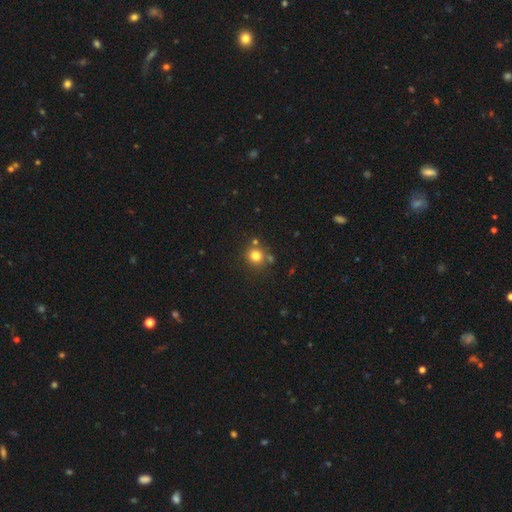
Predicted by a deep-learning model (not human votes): Smooth or featured?
  - smooth: 78% *
  - star or artifact: 14%
  - featured or disk: 7%
How rounded?
  - round: 89% *
  - in between: 10%
  - cigar-shaped: 1%
Merging?
  - none: 75% *
  - merger: 12%
  - minor disturbance: 10%
  - major disturbance: 3%